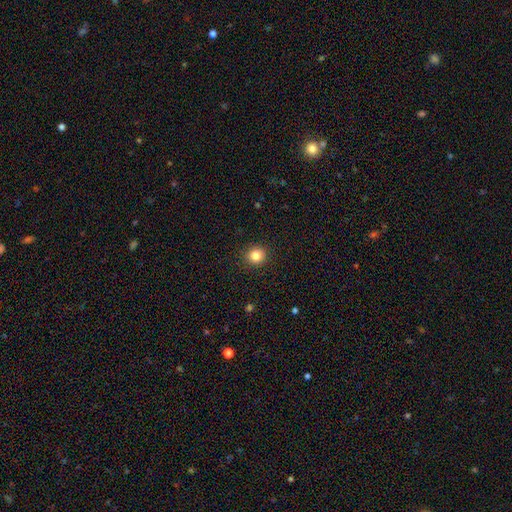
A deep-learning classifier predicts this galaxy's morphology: Smooth or featured?
  - smooth: 83% *
  - star or artifact: 11%
  - featured or disk: 5%
How rounded?
  - round: 91% *
  - in between: 8%
  - cigar-shaped: 1%
Merging?
  - none: 92% *
  - minor disturbance: 6%
  - major disturbance: 2%
  - merger: 1%